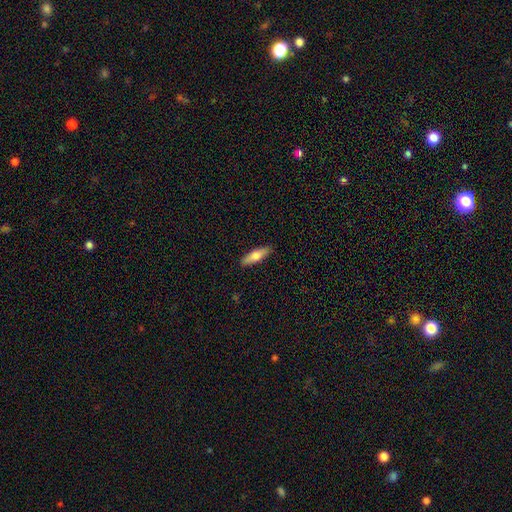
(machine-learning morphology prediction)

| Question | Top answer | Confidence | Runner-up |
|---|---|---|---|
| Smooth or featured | smooth | 69% | featured or disk (25%) |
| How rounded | cigar-shaped | 61% | in between (37%) |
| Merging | none | 89% | minor disturbance (8%) |